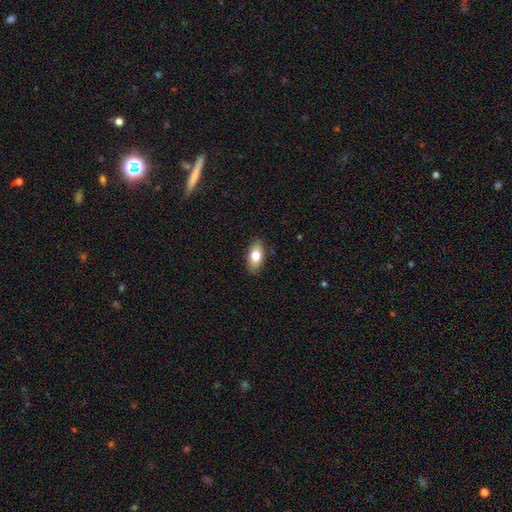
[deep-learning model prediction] Smooth or featured? Predicted: smooth (p=0.75). How rounded? Predicted: in between (p=0.89). Merging? Predicted: none (p=0.87).